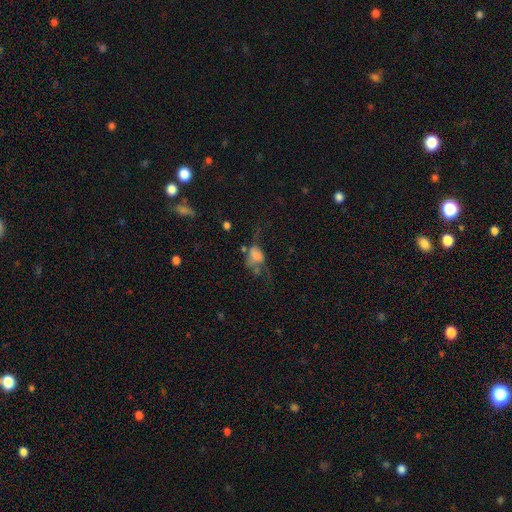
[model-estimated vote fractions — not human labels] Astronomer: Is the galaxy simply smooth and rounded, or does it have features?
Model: smooth — 53% (runner-up: featured or disk, 34%).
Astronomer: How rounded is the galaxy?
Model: in between — 72%.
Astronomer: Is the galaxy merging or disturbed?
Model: major disturbance — 51%.